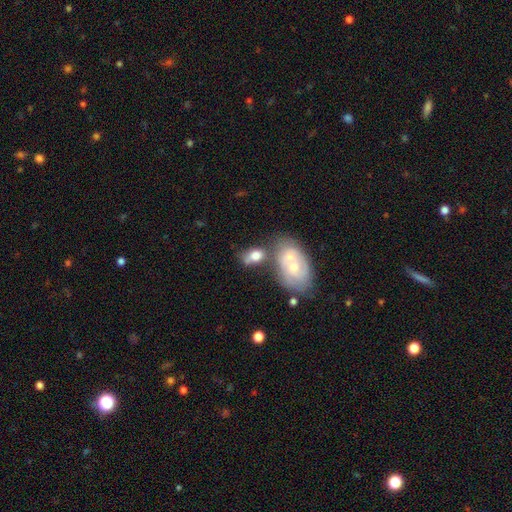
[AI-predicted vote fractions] A smooth galaxy with no disk features (67%) that is in between round and cigar-shaped (82%). Merging: merger (45%).